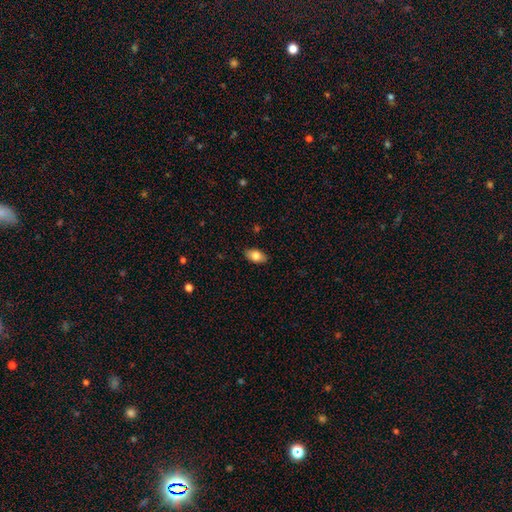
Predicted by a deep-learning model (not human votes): A smooth galaxy with no disk features (82%) that is in between round and cigar-shaped (92%). Merging: none (87%).